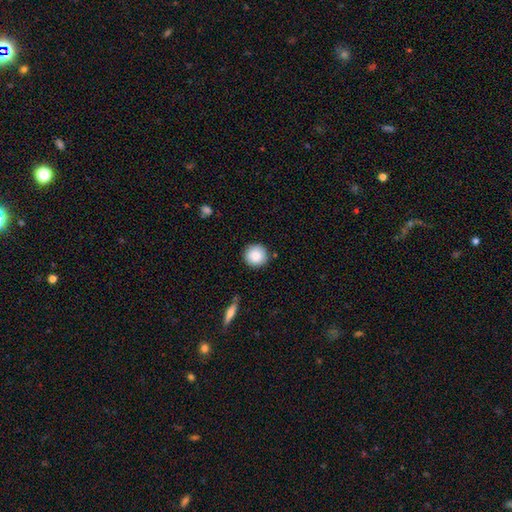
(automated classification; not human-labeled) This is clearly a smooth galaxy (88%). How rounded: clearly round (94%). Merging: clearly none (88%).